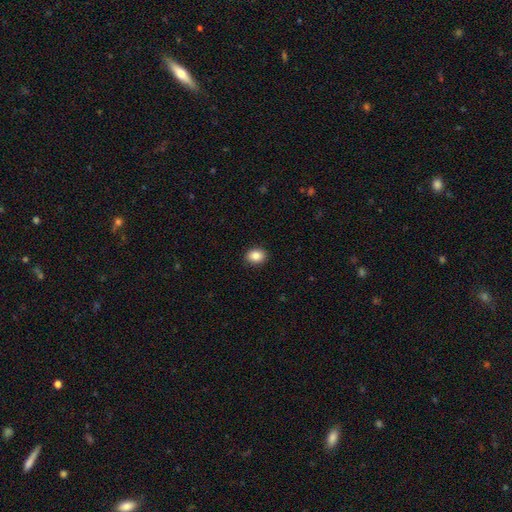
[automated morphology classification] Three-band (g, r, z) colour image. It shows a smooth galaxy with no disk features (86%) that is in between round and cigar-shaped (52%). Merging: none (91%).